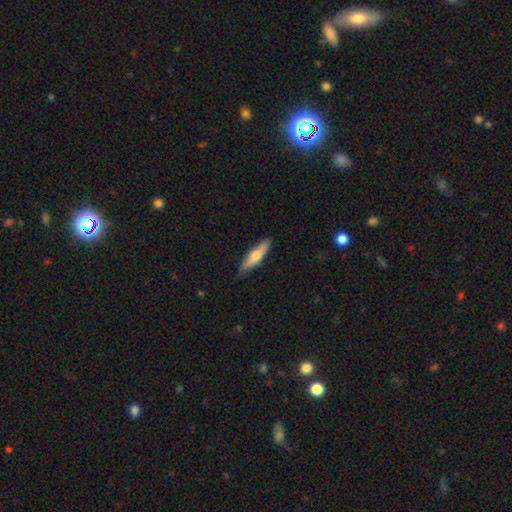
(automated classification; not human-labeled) A smooth galaxy with no disk features (54%) that is cigar-shaped (74%). Merging: none (86%).